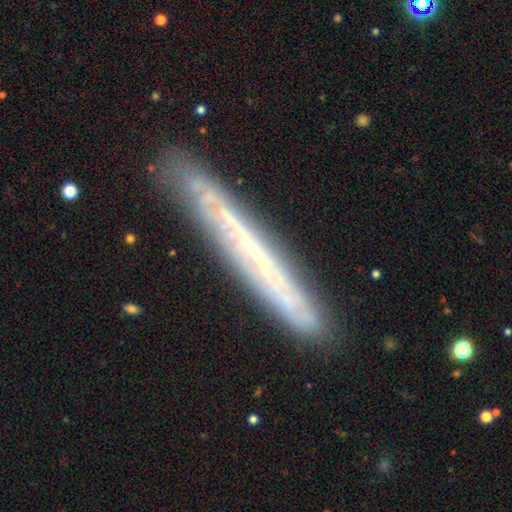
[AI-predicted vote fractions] A featured or disk galaxy (63%) viewed edge-on (84%) with no central bulge (88%).

Vote fractions:
- Smooth or featured? featured or disk: 63% / smooth: 29% / star or artifact: 8%
- Edge-on disk? yes: 84% / no: 16%
- Edge-on bulge? none: 88% / rounded: 7% / boxy: 5%
- Merging? none: 84% / minor disturbance: 12% / major disturbance: 3% / merger: 2%